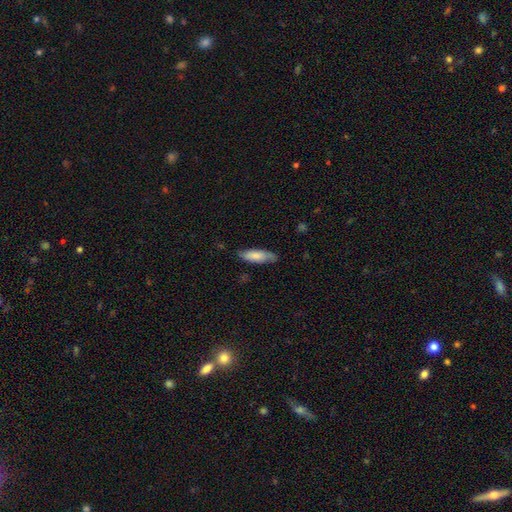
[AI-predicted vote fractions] smooth 73%, featured or disk 21%, star or artifact 6%. Down the decision tree: how rounded — in between (60%); merging — none (71%).